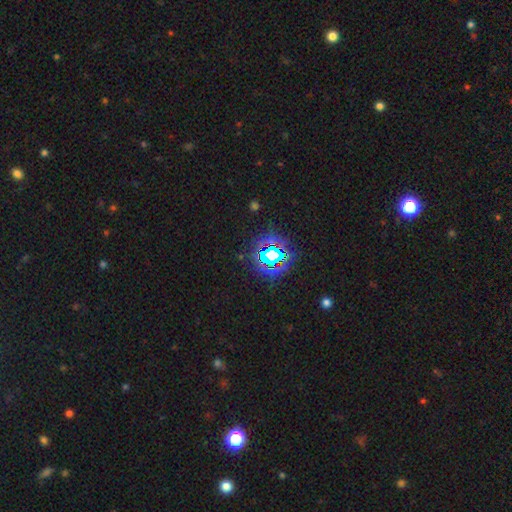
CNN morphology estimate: Smooth or featured? Predicted: star or artifact (p=0.81).